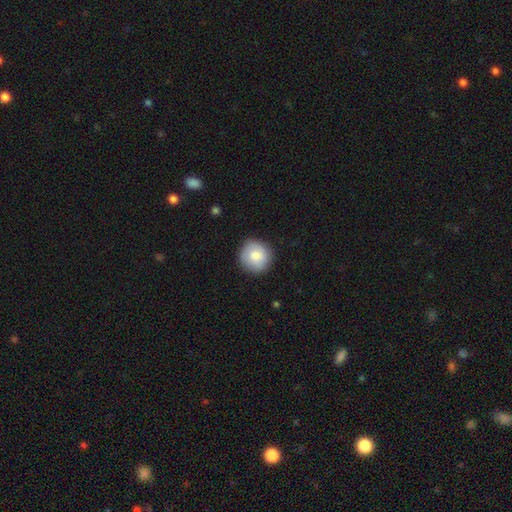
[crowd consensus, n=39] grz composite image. It shows a smooth galaxy with no disk features (67%) that is round (96%). Merging: none (79%).